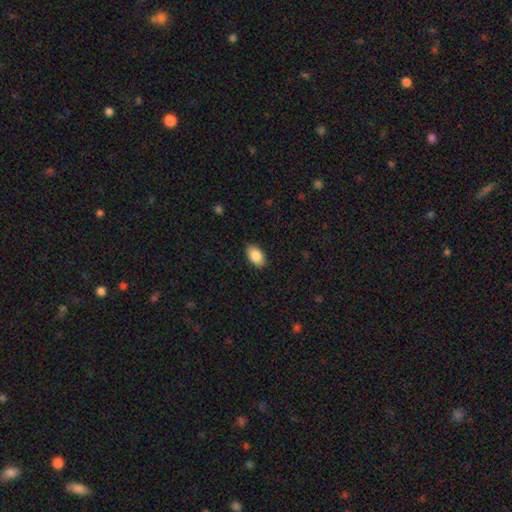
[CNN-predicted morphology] Smooth or featured?
  - smooth: 87% *
  - star or artifact: 7%
  - featured or disk: 6%
How rounded?
  - in between: 93% *
  - round: 6%
  - cigar-shaped: 1%
Merging?
  - none: 88% *
  - minor disturbance: 9%
  - major disturbance: 2%
  - merger: 1%